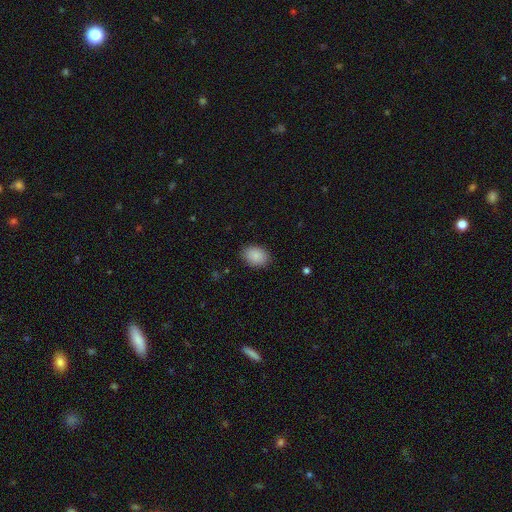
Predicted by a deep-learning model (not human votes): Q: Smooth or featured?
A: smooth (89%); runner-up: star or artifact (8%)
Q: How rounded?
A: in between (70%); runner-up: round (29%)
Q: Merging?
A: none (87%); runner-up: minor disturbance (10%)